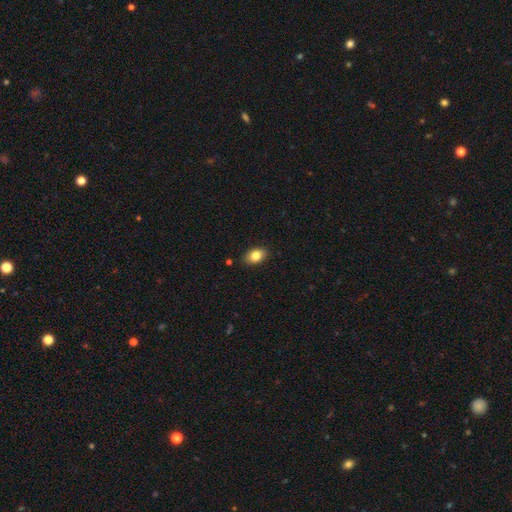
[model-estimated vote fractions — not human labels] Q: Smooth or featured?
A: smooth (83%); runner-up: featured or disk (8%)
Q: How rounded?
A: in between (85%); runner-up: round (13%)
Q: Merging?
A: none (87%); runner-up: minor disturbance (9%)